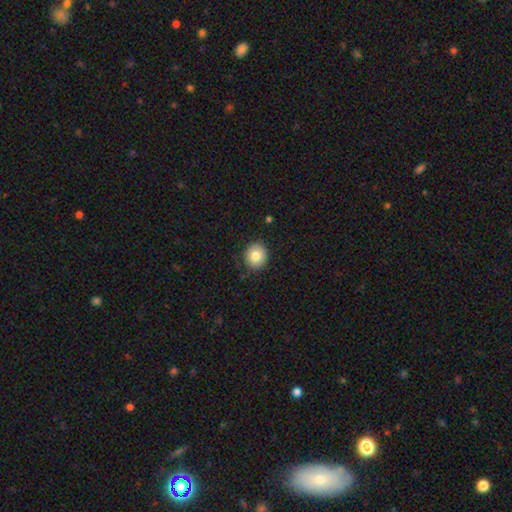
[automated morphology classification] A smooth galaxy with no disk features (81%) that is round (87%). Merging: none (87%).